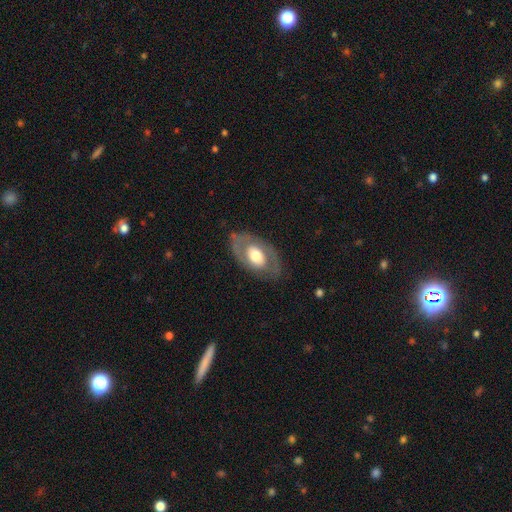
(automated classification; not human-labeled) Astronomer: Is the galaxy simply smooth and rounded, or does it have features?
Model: featured or disk — 57% (runner-up: smooth, 38%).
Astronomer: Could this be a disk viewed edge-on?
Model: no — 90%.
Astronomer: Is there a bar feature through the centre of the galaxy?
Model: no — 78%.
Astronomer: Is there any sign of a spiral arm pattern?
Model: no — 68%.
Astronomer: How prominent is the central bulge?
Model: moderate — 49% (runner-up: large, 40%).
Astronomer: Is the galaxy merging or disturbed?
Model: none — 76%.